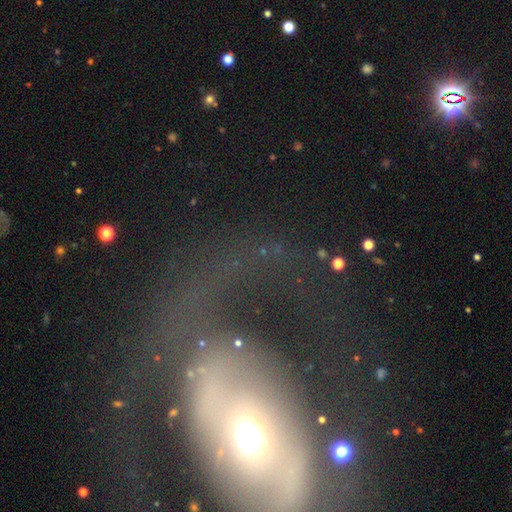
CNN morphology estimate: Smooth or featured? featured or disk (57%)
Edge-on disk? no (90%)
Bar? no (61%)
Spiral arms? no (56%)
Bulge size? moderate (62%)
Merging? none (43%)